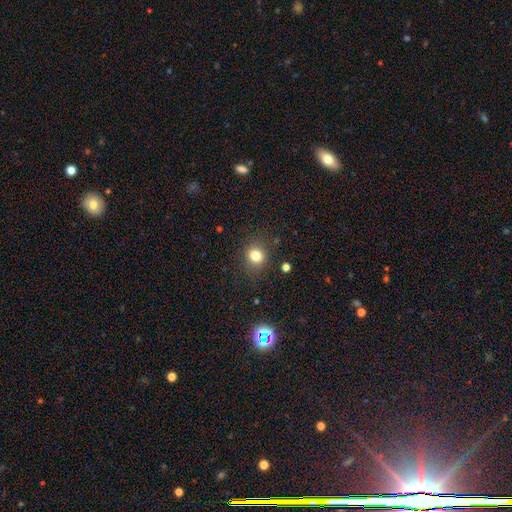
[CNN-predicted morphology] Smooth or featured: smooth — 80% (star or artifact — 14%)
How rounded: round — 74% (in between — 25%)
Merging: none — 84% (minor disturbance — 10%)